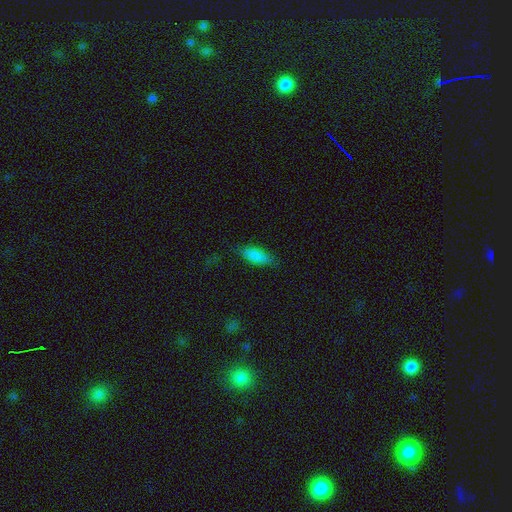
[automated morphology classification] smooth-or-featured: smooth: 86% | star or artifact: 7% | featured or disk: 6%
  how-rounded: in between: 81% | cigar-shaped: 17% | round: 2%
  merging: none: 75% | minor disturbance: 18% | major disturbance: 5% | merger: 1%